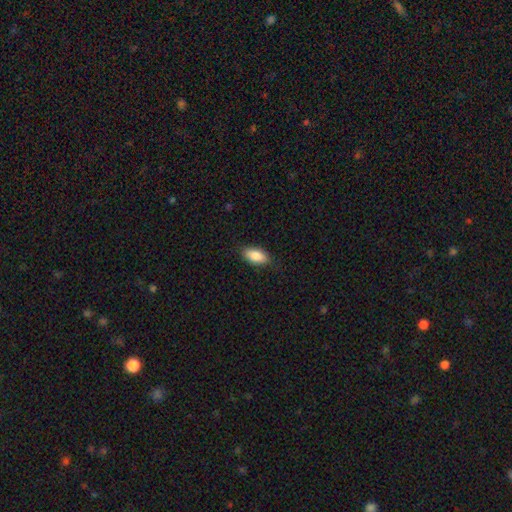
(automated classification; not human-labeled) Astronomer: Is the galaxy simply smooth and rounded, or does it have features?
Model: smooth — 87%.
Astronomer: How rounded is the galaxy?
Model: in between — 90%.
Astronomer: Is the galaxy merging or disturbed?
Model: none — 85%.